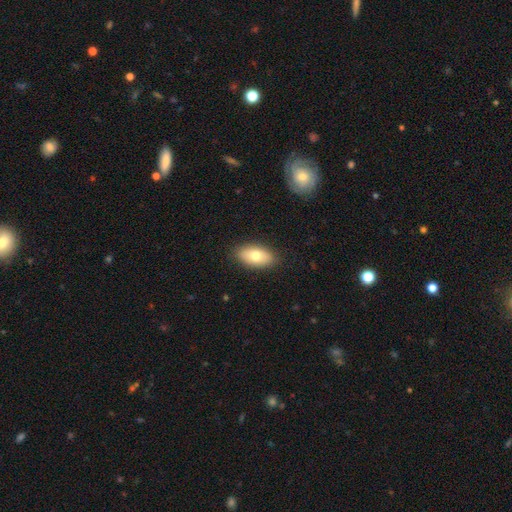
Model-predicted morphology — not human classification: A smooth galaxy with no disk features (75%) that is in between round and cigar-shaped (92%).

Vote fractions:
- Smooth or featured? smooth: 75% / featured or disk: 18% / star or artifact: 7%
- How rounded? in between: 92% / round: 5% / cigar-shaped: 3%
- Merging? none: 87% / minor disturbance: 10% / major disturbance: 2% / merger: 1%